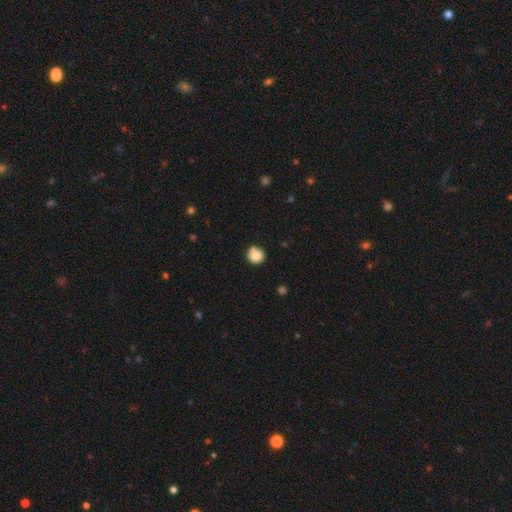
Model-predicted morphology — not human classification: Smooth or featured?
  - smooth: 80% *
  - featured or disk: 10%
  - star or artifact: 10%
How rounded?
  - round: 90% *
  - in between: 9%
  - cigar-shaped: 1%
Merging?
  - none: 73% *
  - minor disturbance: 14%
  - merger: 10%
  - major disturbance: 3%